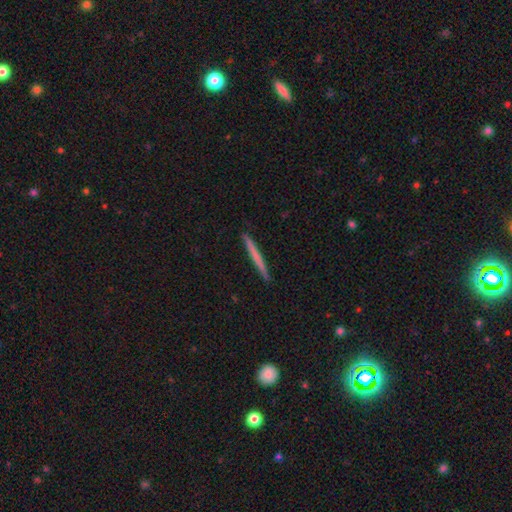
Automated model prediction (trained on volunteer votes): Smooth or featured? Predicted: smooth (p=0.61). How rounded? Predicted: cigar-shaped (p=0.97). Merging? Predicted: none (p=0.92).